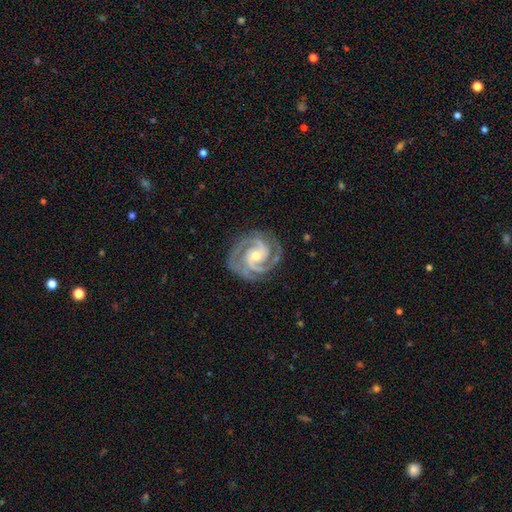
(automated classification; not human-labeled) Overall: featured or disk (94%). Edge-on disk: no (98%). Bar: no (55%; weak 31%). Spiral arms: yes (99%). Spiral arm count: 2 (53%; 3 35%). Spiral winding: tight (64%; medium 33%). Bulge size: moderate (48%, tied with small). Merging: none (82%).